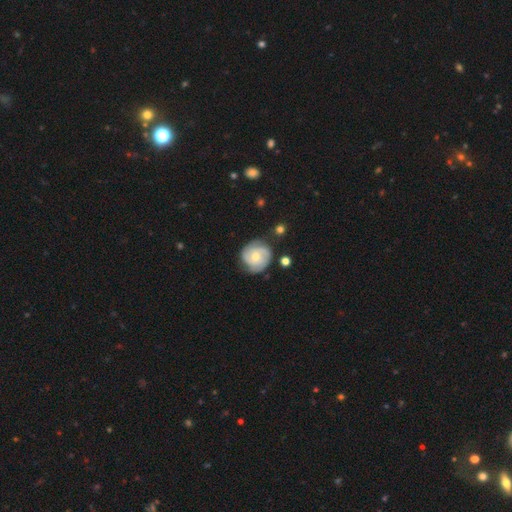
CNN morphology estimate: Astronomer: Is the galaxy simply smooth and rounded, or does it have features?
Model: featured or disk — 73%.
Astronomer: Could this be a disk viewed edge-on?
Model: no — 98%.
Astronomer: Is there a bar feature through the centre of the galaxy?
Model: no — 74%.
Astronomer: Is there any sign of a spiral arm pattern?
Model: yes — 93%.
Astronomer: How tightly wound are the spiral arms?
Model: tight — 61%.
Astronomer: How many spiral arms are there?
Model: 3 — 36% (runner-up: 2, 32%).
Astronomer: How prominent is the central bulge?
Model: moderate — 59% (runner-up: small, 37%).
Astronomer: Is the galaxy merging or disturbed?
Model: none — 74%.